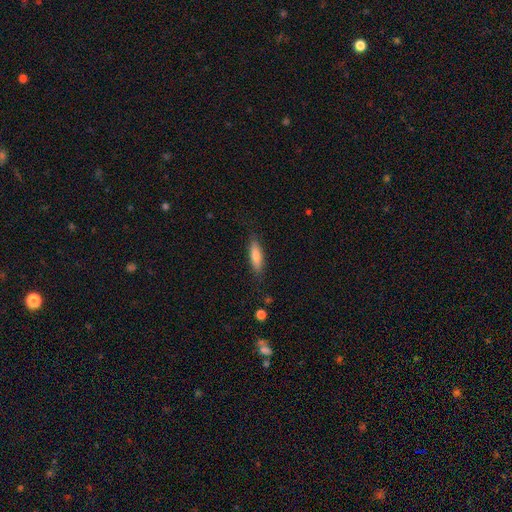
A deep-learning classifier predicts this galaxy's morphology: This is likely a smooth galaxy (79%). How rounded: likely cigar-shaped (63%). Merging: clearly none (84%).